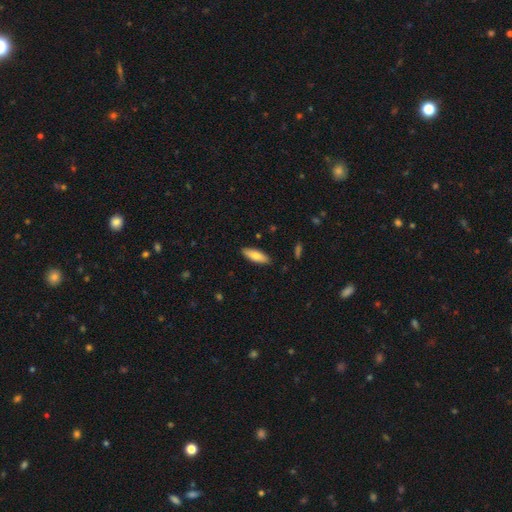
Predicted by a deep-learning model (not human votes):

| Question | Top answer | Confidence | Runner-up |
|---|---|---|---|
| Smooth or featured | smooth | 80% | featured or disk (14%) |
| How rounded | in between | 60% | cigar-shaped (38%) |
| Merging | none | 88% | minor disturbance (9%) |